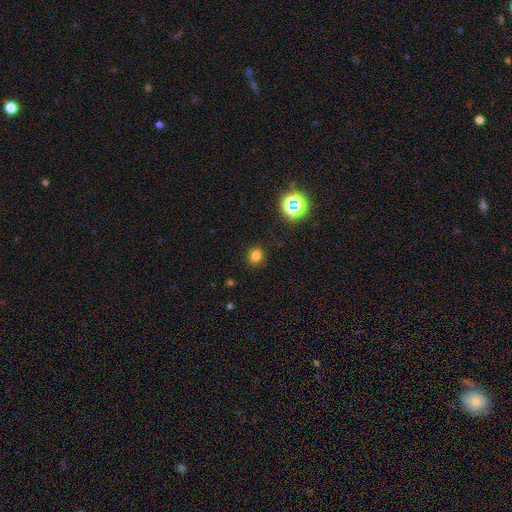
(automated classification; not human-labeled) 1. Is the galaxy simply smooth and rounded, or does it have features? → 77% smooth, 18% star or artifact, 5% featured or disk.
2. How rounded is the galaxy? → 65% round, 34% in between, 1% cigar-shaped.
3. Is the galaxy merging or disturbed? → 87% none, 9% minor disturbance, 3% major disturbance, 1% merger.